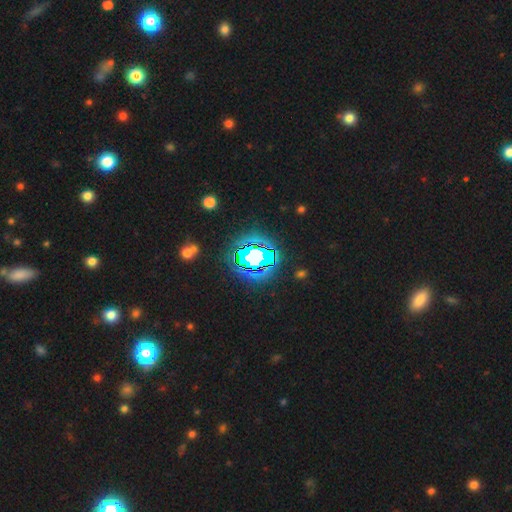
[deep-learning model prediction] Smooth or featured? Predicted: star or artifact (p=0.72).